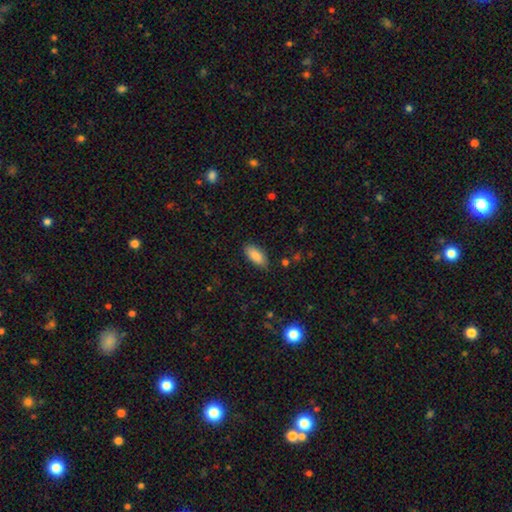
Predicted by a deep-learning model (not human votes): Smooth or featured? Predicted: smooth (p=0.87). How rounded? Predicted: in between (p=0.88). Merging? Predicted: none (p=0.84).